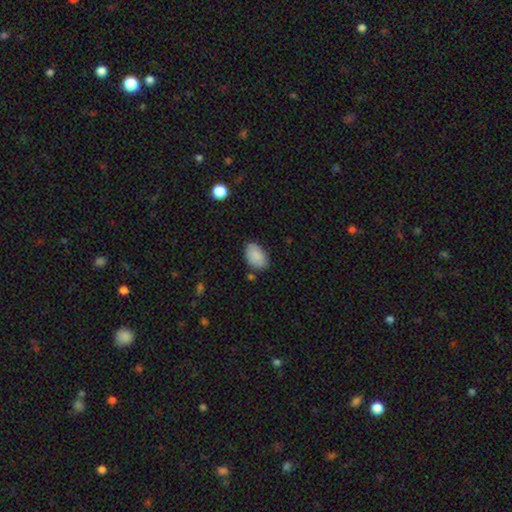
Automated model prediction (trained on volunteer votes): Smooth or featured? smooth (88%)
How rounded? in between (91%)
Merging? none (78%)